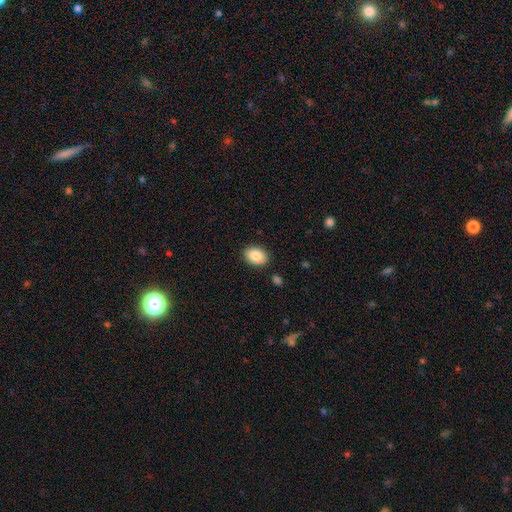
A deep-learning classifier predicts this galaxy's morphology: This is clearly a smooth galaxy (86%). How rounded: likely in between (80%). Merging: clearly none (86%).